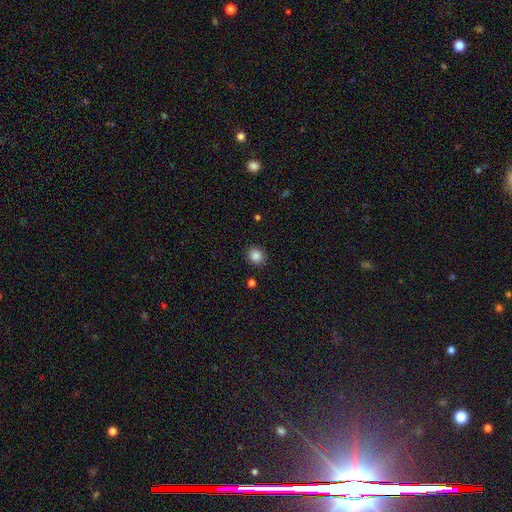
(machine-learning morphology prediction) A smooth galaxy with no disk features (86%) that is round (69%).

Vote fractions:
- Smooth or featured? smooth: 86% / star or artifact: 10% / featured or disk: 4%
- How rounded? round: 69% / in between: 30% / cigar-shaped: 1%
- Merging? none: 89% / minor disturbance: 7% / major disturbance: 2% / merger: 2%